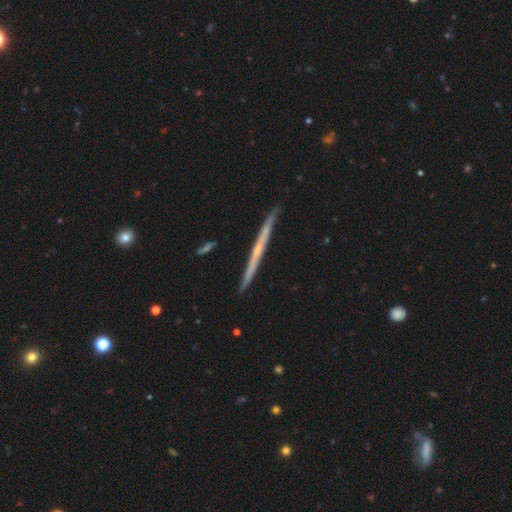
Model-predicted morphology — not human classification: Smooth or featured? Predicted: featured or disk (p=0.70). Edge-on disk? Predicted: yes (p=0.98). Edge-on bulge? Predicted: none (p=0.64). Merging? Predicted: none (p=0.91).